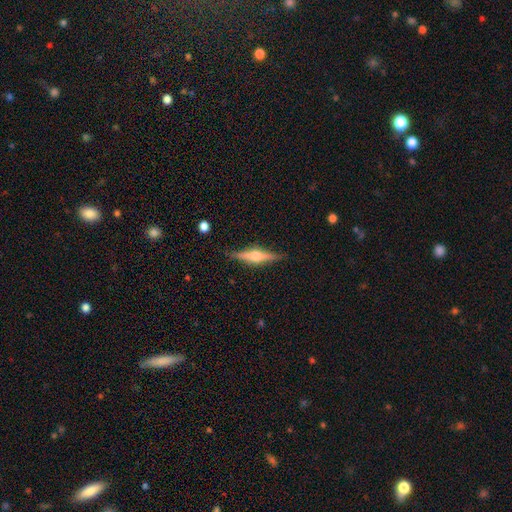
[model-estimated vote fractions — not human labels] Smooth or featured?
  - featured or disk: 72% *
  - smooth: 22%
  - star or artifact: 6%
Edge-on disk?
  - yes: 97% *
  - no: 3%
Edge-on bulge?
  - rounded: 93% *
  - boxy: 4%
  - none: 2%
Merging?
  - none: 87% *
  - minor disturbance: 9%
  - major disturbance: 2%
  - merger: 1%